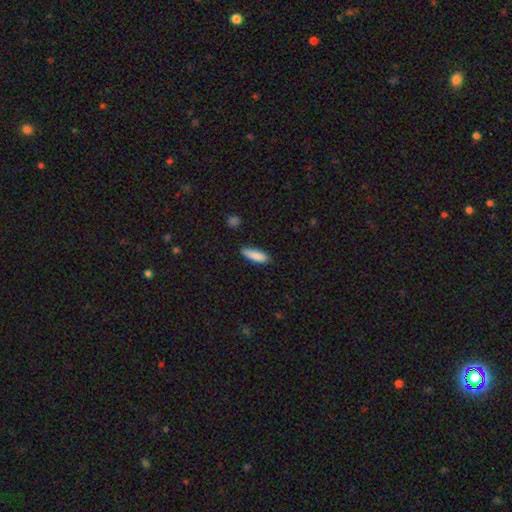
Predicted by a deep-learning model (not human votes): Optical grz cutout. It shows a smooth galaxy with no disk features (87%) that is in between round and cigar-shaped (53%). Merging: none (76%).